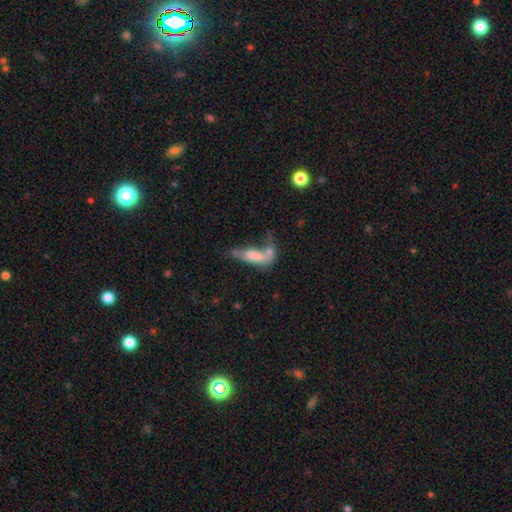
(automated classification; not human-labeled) A smooth galaxy with no disk features (59%) that is in between round and cigar-shaped (49%). Merging: merger (40%).